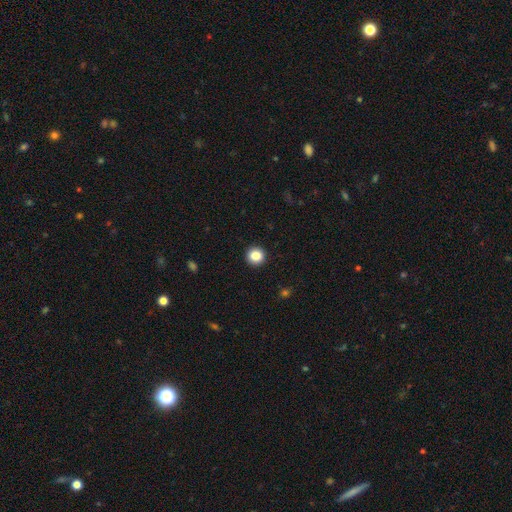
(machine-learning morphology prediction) smooth-or-featured: smooth: 86% | star or artifact: 10% | featured or disk: 4%
  how-rounded: round: 93% | in between: 6% | cigar-shaped: 1%
  merging: none: 93% | minor disturbance: 5% | major disturbance: 2% | merger: 1%